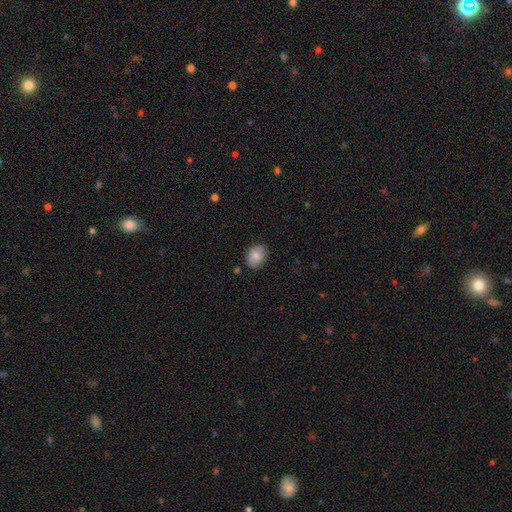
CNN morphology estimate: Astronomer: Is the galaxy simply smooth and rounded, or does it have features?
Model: smooth — 84%.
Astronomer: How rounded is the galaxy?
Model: in between — 69%.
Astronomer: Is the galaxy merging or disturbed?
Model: none — 84%.